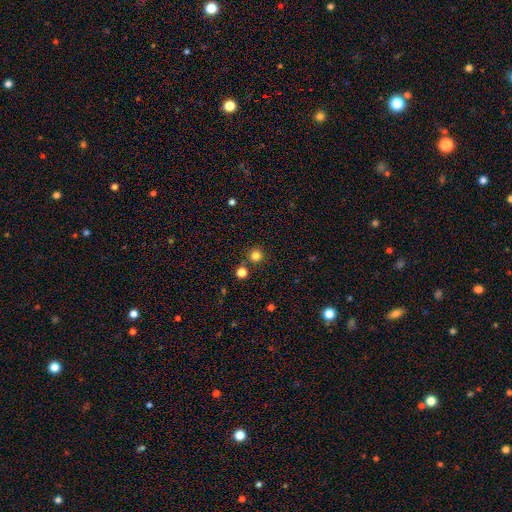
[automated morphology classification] Smooth or featured?
  - smooth: 80% *
  - star or artifact: 15%
  - featured or disk: 5%
How rounded?
  - round: 95% *
  - in between: 4%
  - cigar-shaped: 1%
Merging?
  - none: 85% *
  - merger: 7%
  - minor disturbance: 6%
  - major disturbance: 2%